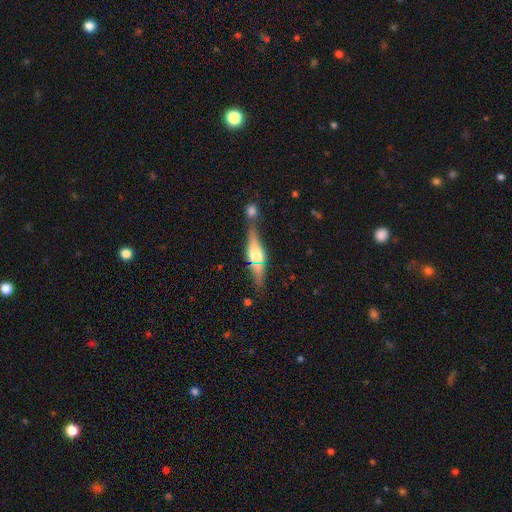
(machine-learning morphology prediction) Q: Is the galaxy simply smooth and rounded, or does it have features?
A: featured or disk — 58%.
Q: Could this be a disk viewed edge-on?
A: yes — 90%.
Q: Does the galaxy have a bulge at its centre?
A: rounded — 91%.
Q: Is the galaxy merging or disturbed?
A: none — 64%.